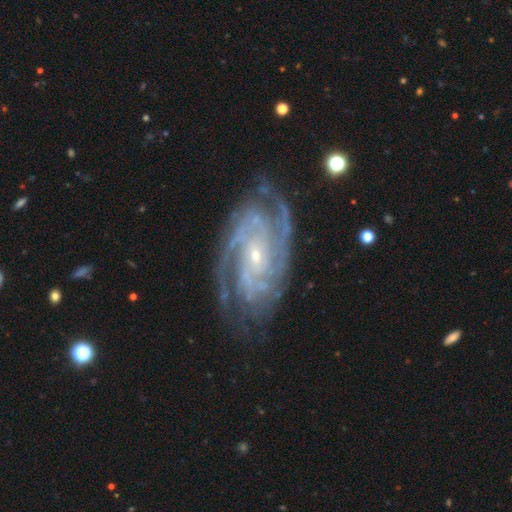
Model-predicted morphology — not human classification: Smooth or featured?
  - featured or disk: 92% *
  - star or artifact: 5%
  - smooth: 3%
Edge-on disk?
  - no: 97% *
  - yes: 3%
Bar?
  - no: 59% *
  - weak: 28%
  - strong: 13%
Spiral arms?
  - yes: 99% *
  - no: 1%
Spiral winding?
  - tight: 66% *
  - medium: 30%
  - loose: 4%
Spiral arm count?
  - 2: 30% *
  - 3: 27%
  - 4: 16%
  - can't tell: 13%
  - more than 4: 8%
  - 1: 7%
Bulge size?
  - small: 81% *
  - moderate: 15%
  - none: 2%
  - large: 1%
  - dominant: 1%
Merging?
  - none: 77% *
  - minor disturbance: 16%
  - major disturbance: 5%
  - merger: 1%